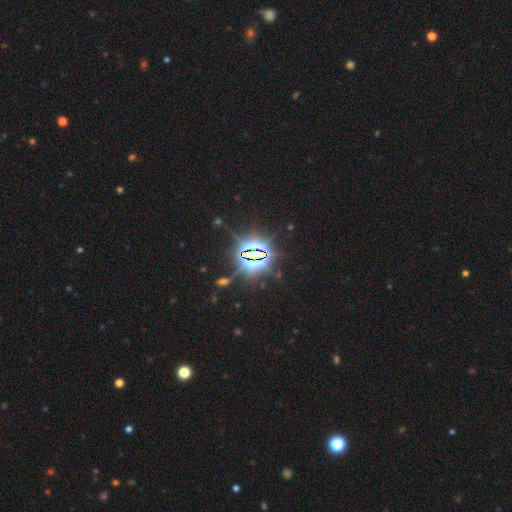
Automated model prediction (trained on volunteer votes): Smooth or featured? Predicted: star or artifact (p=0.84).